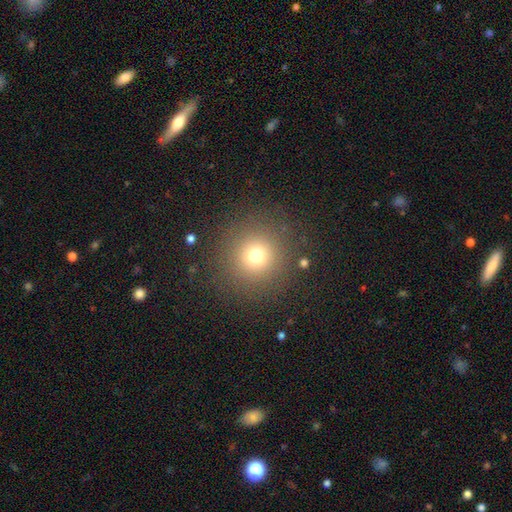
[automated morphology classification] smooth_or_featured: smooth (p=0.72) [alt: star or artifact p=0.18]
how_rounded: round (p=0.95) [alt: in between p=0.04]
merging: none (p=0.87) [alt: minor disturbance p=0.07]